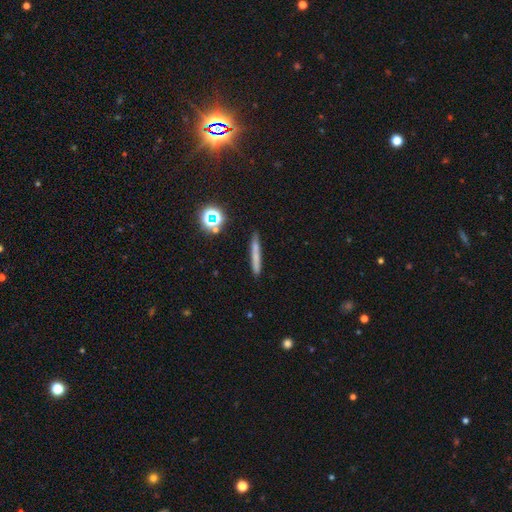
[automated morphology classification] This is likely a smooth galaxy (63%). How rounded: clearly cigar-shaped (93%). Merging: clearly none (88%).